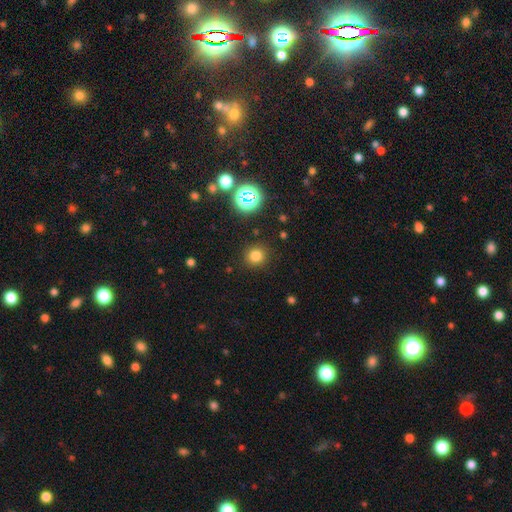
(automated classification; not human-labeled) Smooth or featured? smooth (76%)
How rounded? round (91%)
Merging? none (88%)